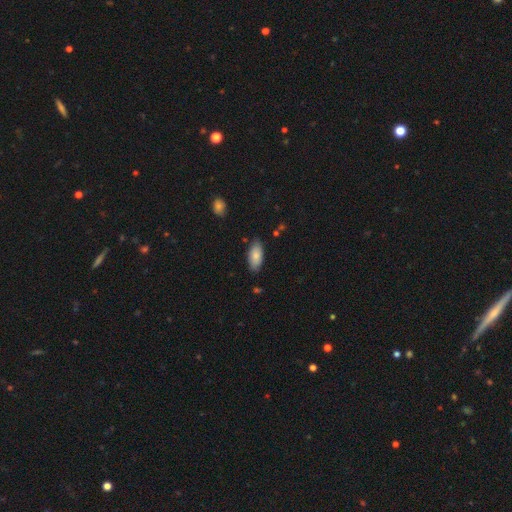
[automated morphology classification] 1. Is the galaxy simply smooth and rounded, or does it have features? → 82% smooth, 11% featured or disk, 6% star or artifact.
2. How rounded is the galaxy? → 90% in between, 8% cigar-shaped, 2% round.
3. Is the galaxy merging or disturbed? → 81% none, 15% minor disturbance, 3% major disturbance, 2% merger.